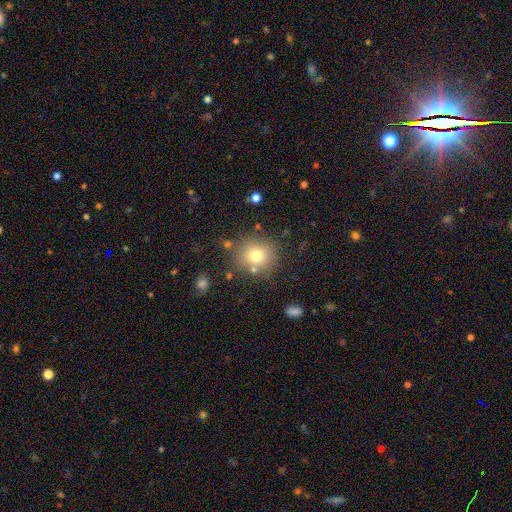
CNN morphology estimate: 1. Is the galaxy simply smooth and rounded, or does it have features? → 74% smooth, 14% star or artifact, 12% featured or disk.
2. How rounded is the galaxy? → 86% round, 13% in between, 1% cigar-shaped.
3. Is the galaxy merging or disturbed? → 80% none, 10% minor disturbance, 6% merger, 4% major disturbance.